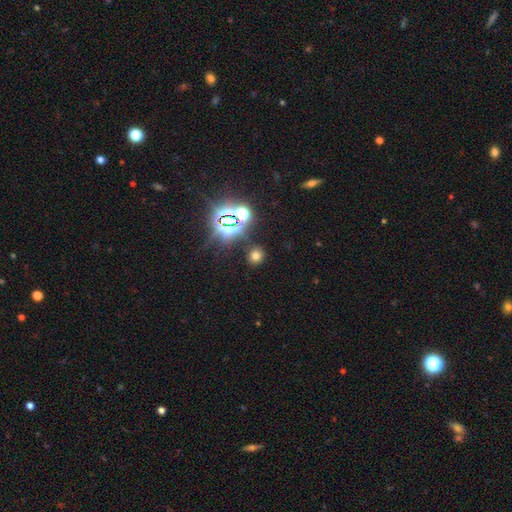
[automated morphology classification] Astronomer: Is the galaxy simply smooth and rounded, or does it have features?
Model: smooth — 61%.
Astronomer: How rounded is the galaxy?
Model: round — 77%.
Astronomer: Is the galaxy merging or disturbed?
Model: none — 86%.